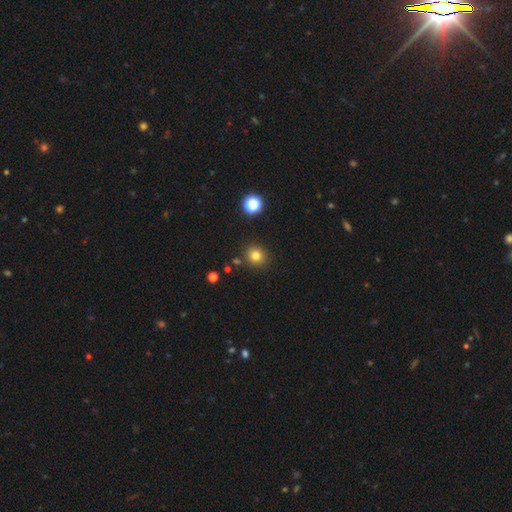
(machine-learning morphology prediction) A smooth galaxy with no disk features (79%) that is round (88%). Merging: none (86%).